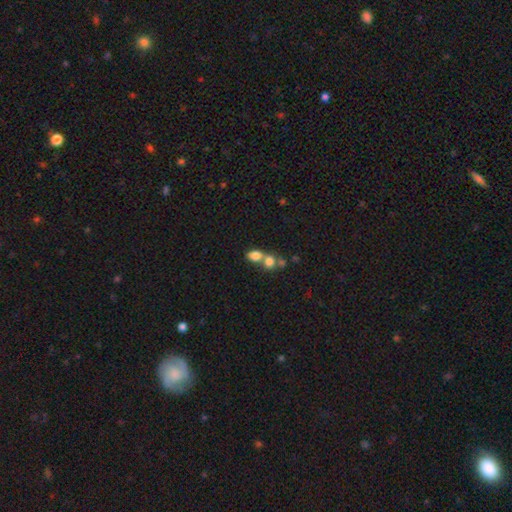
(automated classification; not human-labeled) smooth-or-featured: smooth: 78% | featured or disk: 11% | star or artifact: 11%
  how-rounded: in between: 69% | round: 29% | cigar-shaped: 2%
  merging: merger: 61% | none: 28% | minor disturbance: 7% | major disturbance: 4%